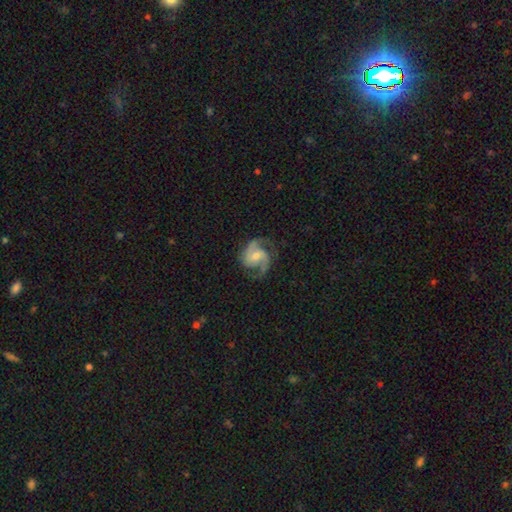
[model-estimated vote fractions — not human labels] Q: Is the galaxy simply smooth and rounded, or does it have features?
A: featured or disk — 88%.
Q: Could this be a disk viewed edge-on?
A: no — 98%.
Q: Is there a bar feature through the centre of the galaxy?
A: no — 46%.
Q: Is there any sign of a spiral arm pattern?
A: yes — 98%.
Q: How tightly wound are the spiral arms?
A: medium — 57%.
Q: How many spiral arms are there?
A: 2 — 83%.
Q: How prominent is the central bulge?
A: moderate — 46%, tied with small.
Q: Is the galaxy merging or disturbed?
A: none — 72%.